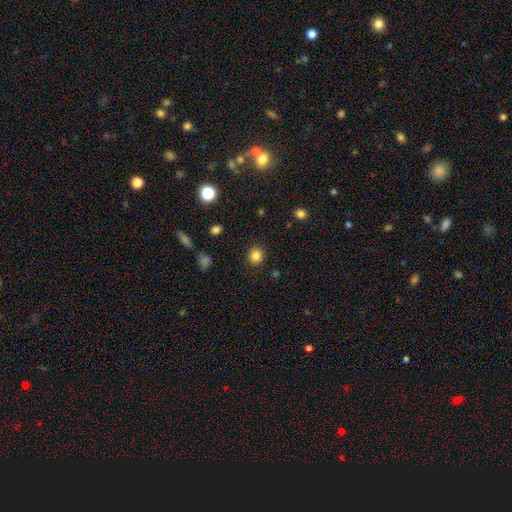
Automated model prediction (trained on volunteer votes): Smooth or featured? smooth (84%)
How rounded? round (87%)
Merging? none (91%)